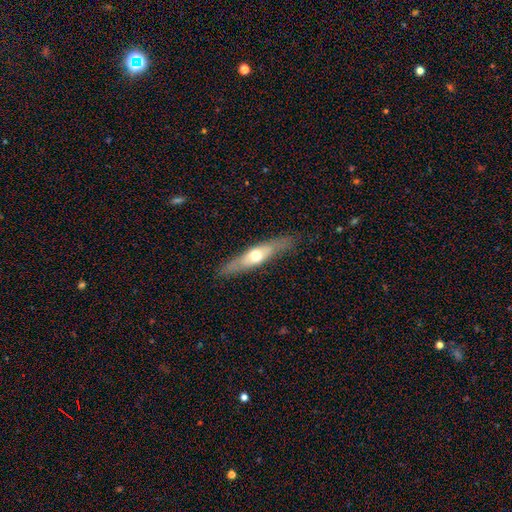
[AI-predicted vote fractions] This is possibly a featured or disk galaxy (53%). It is likely viewed edge-on (76%). Merging: clearly none (84%).